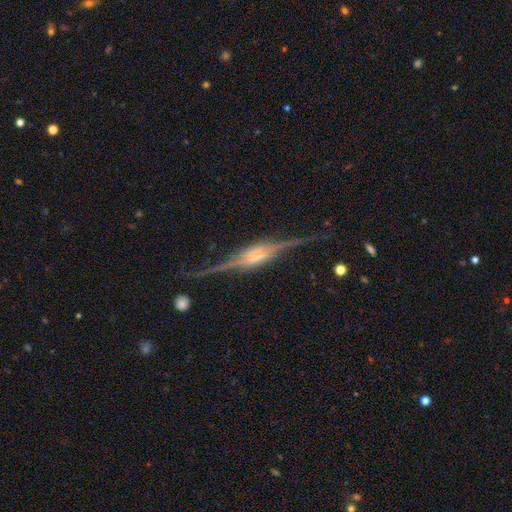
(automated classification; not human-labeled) Smooth or featured: featured or disk — 89% (smooth — 6%)
Edge-on disk: yes — 97% (no — 3%)
Edge-on bulge: rounded — 55% (boxy — 39%)
Merging: none — 80% (minor disturbance — 14%)